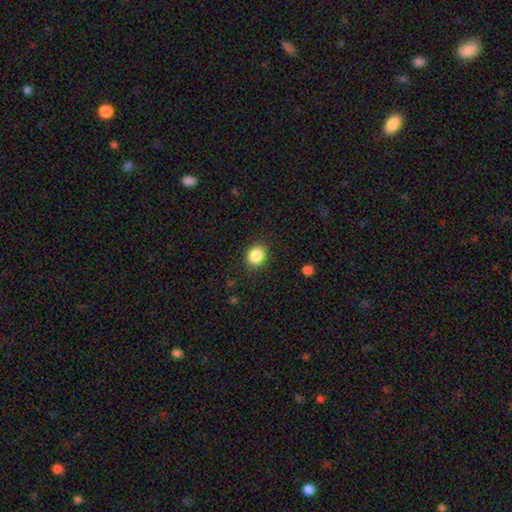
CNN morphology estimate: smooth_or_featured: smooth (p=0.86) [alt: star or artifact p=0.10]
how_rounded: round (p=0.70) [alt: in between p=0.29]
merging: none (p=0.87) [alt: minor disturbance p=0.09]